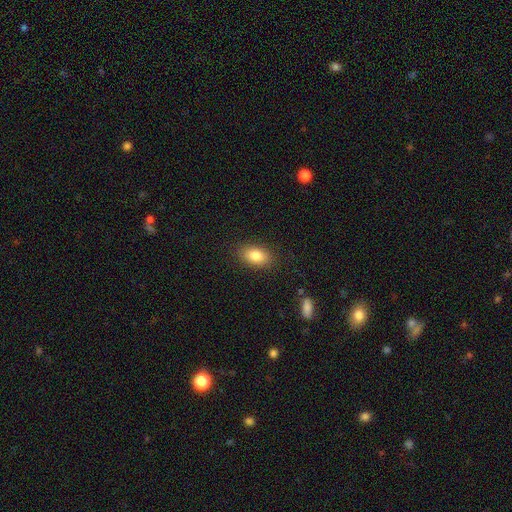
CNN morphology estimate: This appears to be a smooth galaxy with no disk features (84%) that is in between round and cigar-shaped (90%). Merging: none (87%).